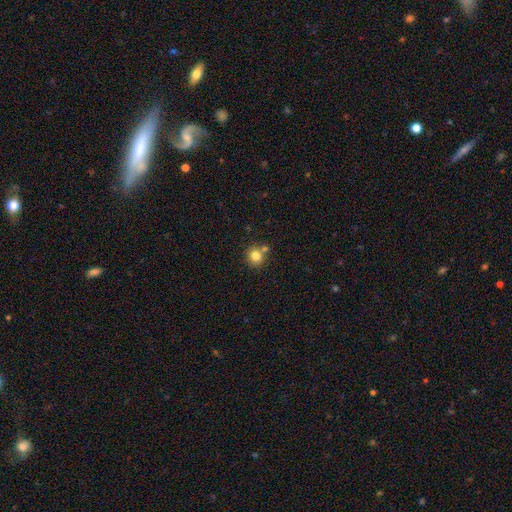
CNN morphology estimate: Smooth or featured?
  - smooth: 81% *
  - star or artifact: 11%
  - featured or disk: 8%
How rounded?
  - round: 86% *
  - in between: 13%
  - cigar-shaped: 1%
Merging?
  - none: 66% *
  - merger: 22%
  - minor disturbance: 9%
  - major disturbance: 3%